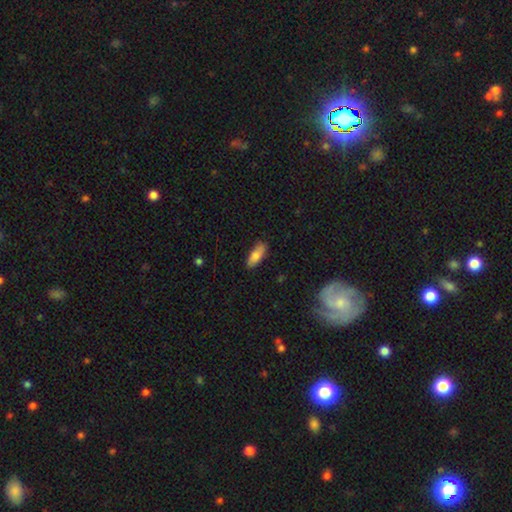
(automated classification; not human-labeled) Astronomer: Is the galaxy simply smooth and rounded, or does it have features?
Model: smooth — 79%.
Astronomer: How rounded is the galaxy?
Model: in between — 70%.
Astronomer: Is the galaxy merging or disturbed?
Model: none — 84%.